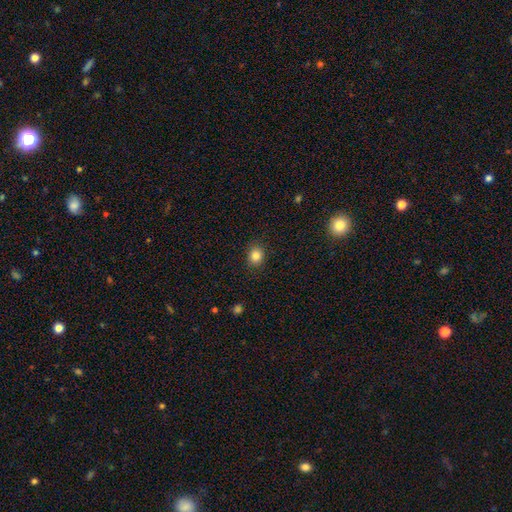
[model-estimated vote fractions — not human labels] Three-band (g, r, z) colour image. It shows a smooth galaxy with no disk features (84%) that is round (71%). Merging: none (89%).